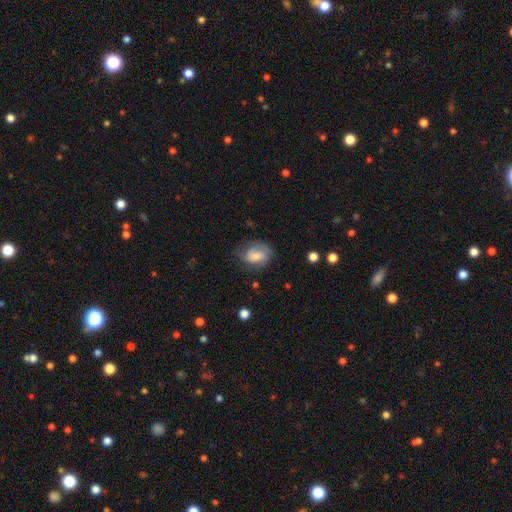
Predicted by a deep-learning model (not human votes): Smooth or featured?
  - smooth: 58% *
  - featured or disk: 34%
  - star or artifact: 8%
How rounded?
  - in between: 68% *
  - round: 30%
  - cigar-shaped: 1%
Merging?
  - none: 55% *
  - minor disturbance: 28%
  - major disturbance: 15%
  - merger: 2%